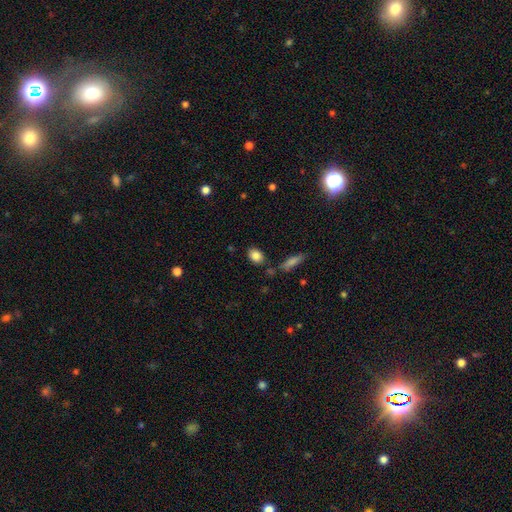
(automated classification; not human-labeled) Morphology: type=smooth (86%); roundness=in between (77%); merging=none (79%).